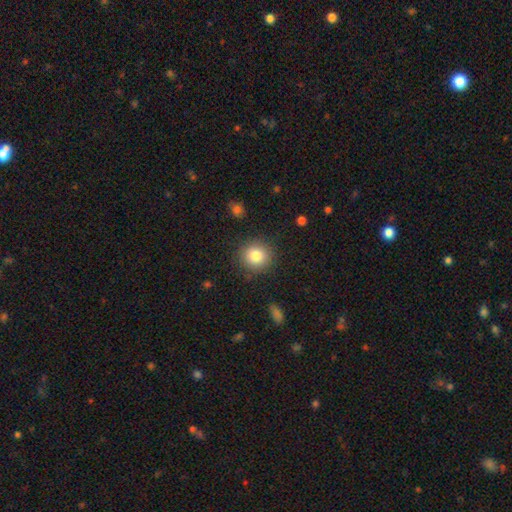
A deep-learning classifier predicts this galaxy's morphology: Q: Smooth or featured?
A: smooth (82%); runner-up: star or artifact (10%)
Q: How rounded?
A: round (92%); runner-up: in between (7%)
Q: Merging?
A: none (88%); runner-up: minor disturbance (8%)